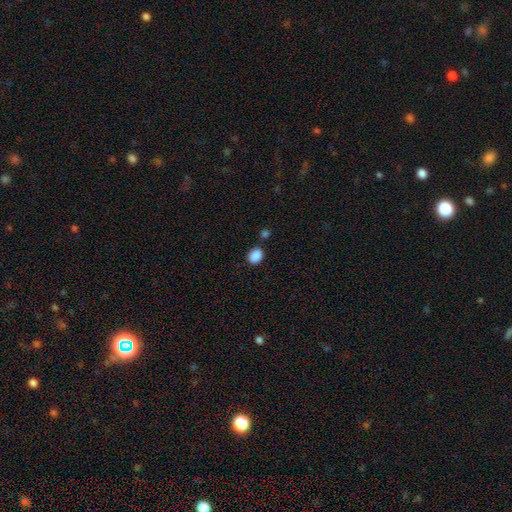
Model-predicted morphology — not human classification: Smooth or featured: smooth — 88% (star or artifact — 9%)
How rounded: in between — 55% (round — 44%)
Merging: none — 75% (minor disturbance — 13%)